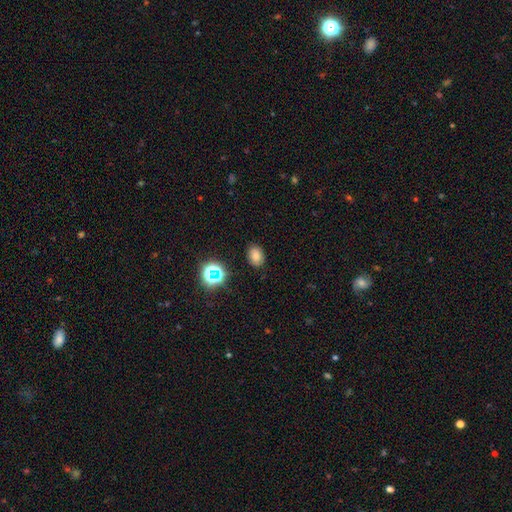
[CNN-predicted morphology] This appears to be a smooth galaxy with no disk features (73%) that is in between round and cigar-shaped (64%). Merging: none (87%).